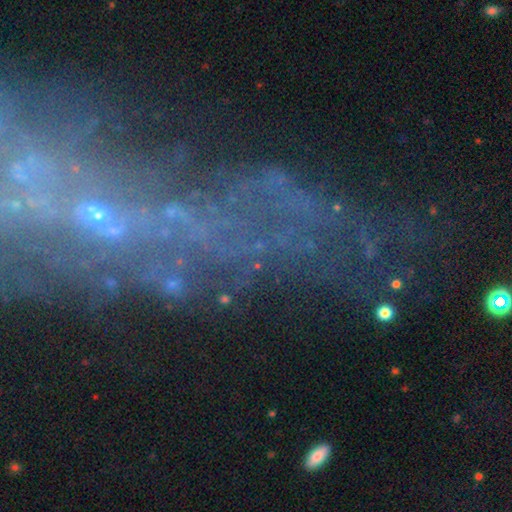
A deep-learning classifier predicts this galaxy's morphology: Overall: featured or disk (46%; star or artifact 38%). Merging: none (45%; major disturbance 28%).